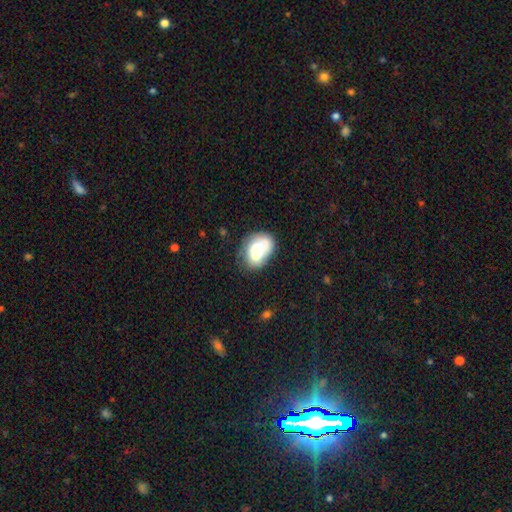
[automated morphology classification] A smooth galaxy with no disk features (69%) that is in between round and cigar-shaped (80%). Merging: none (45%).